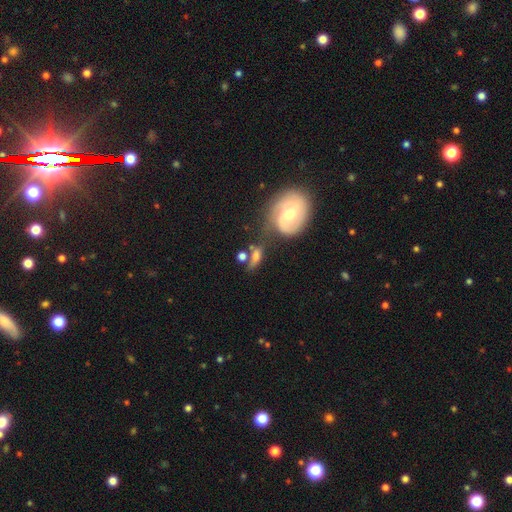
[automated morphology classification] This is possibly a smooth galaxy (51%). How rounded: likely in between (62%). Merging: possibly none (48%).